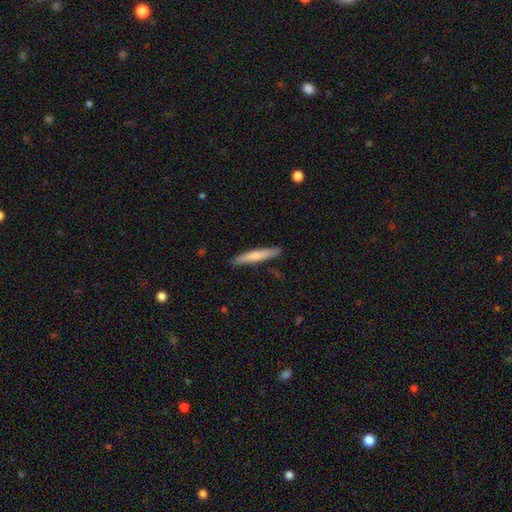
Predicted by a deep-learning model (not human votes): Smooth or featured?
  - smooth: 69% *
  - featured or disk: 25%
  - star or artifact: 5%
How rounded?
  - cigar-shaped: 93% *
  - in between: 6%
  - round: 1%
Merging?
  - none: 89% *
  - minor disturbance: 8%
  - major disturbance: 2%
  - merger: 1%